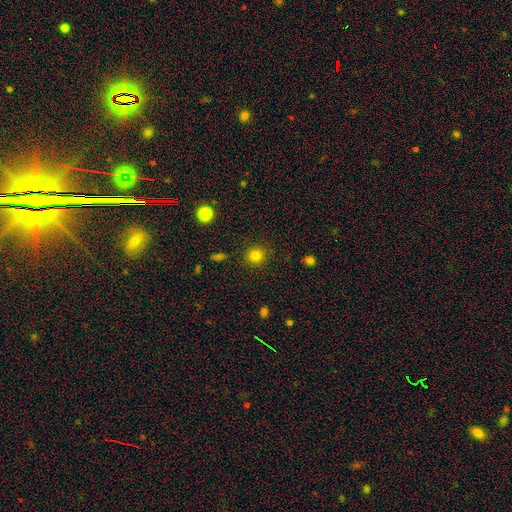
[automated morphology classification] This appears to be a smooth galaxy with no disk features (80%) that is round (90%). Merging: none (89%).